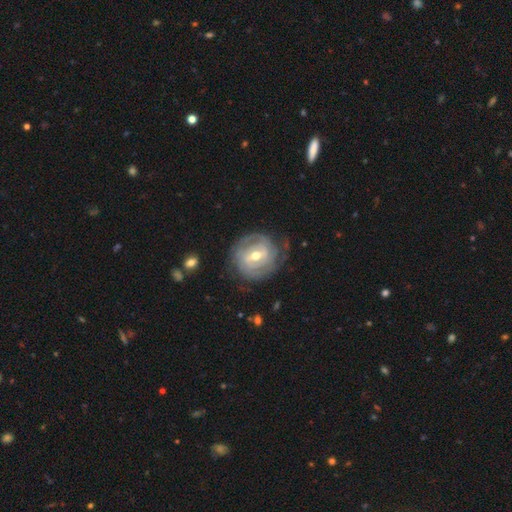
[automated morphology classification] Smooth or featured? featured or disk (87%)
Edge-on disk? no (97%)
Bar? weak (47%)
Spiral arms? yes (92%)
Spiral winding? tight (77%)
Spiral arm count? 2 (34%)
Bulge size? moderate (69%)
Merging? none (75%)